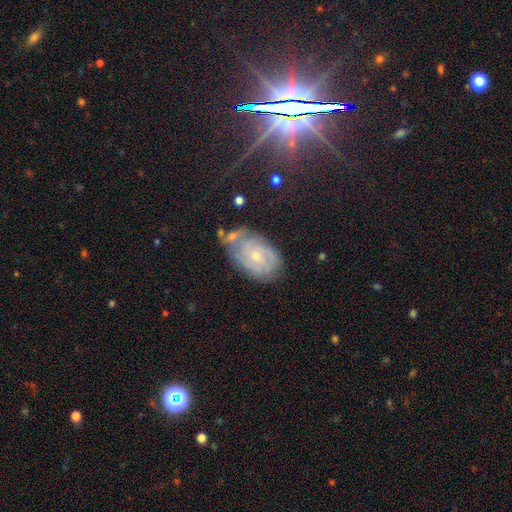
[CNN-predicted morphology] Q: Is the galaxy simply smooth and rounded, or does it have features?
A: featured or disk — 71%.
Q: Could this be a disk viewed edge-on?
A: no — 96%.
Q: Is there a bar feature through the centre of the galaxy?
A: no — 70%.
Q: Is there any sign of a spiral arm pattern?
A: yes — 89%.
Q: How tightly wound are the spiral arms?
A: tight — 64%.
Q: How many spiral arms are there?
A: can't tell — 40%.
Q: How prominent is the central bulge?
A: small — 65%.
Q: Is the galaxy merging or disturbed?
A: none — 56%.